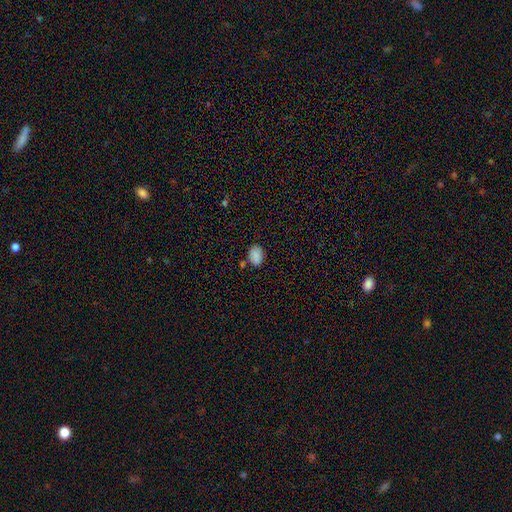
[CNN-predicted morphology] Smooth or featured? Predicted: smooth (p=0.87). How rounded? Predicted: in between (p=0.76). Merging? Predicted: none (p=0.73).